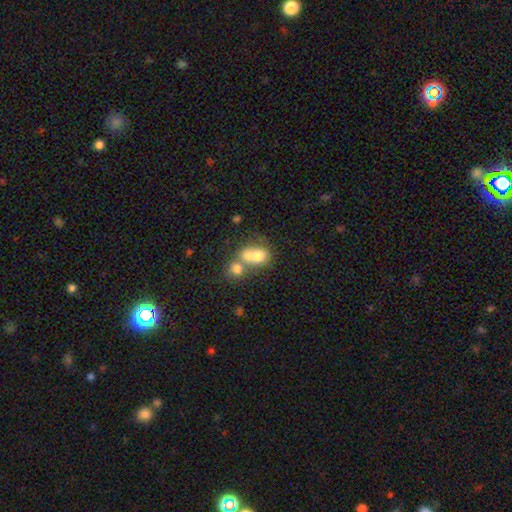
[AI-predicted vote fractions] Overall: smooth (69%). How rounded: round (69%; in between 30%). Merging: merger (66%).